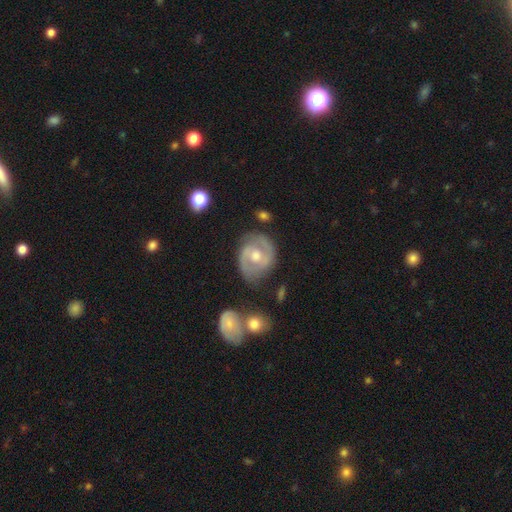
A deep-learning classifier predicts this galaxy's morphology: Smooth or featured? Predicted: featured or disk (p=0.82). Edge-on disk? Predicted: no (p=0.97). Bar? Predicted: no (p=0.46). Spiral arms? Predicted: yes (p=0.90). Spiral winding? Predicted: medium (p=0.46). Spiral arm count? Predicted: 2 (p=0.87). Bulge size? Predicted: moderate (p=0.74). Merging? Predicted: none (p=0.76).